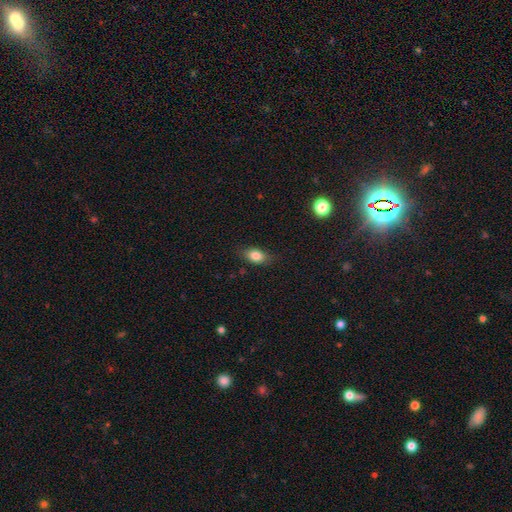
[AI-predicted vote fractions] A smooth galaxy with no disk features (83%) that is in between round and cigar-shaped (82%).

Vote fractions:
- Smooth or featured? smooth: 83% / star or artifact: 9% / featured or disk: 8%
- How rounded? in between: 82% / round: 15% / cigar-shaped: 4%
- Merging? none: 82% / minor disturbance: 14% / major disturbance: 3% / merger: 1%